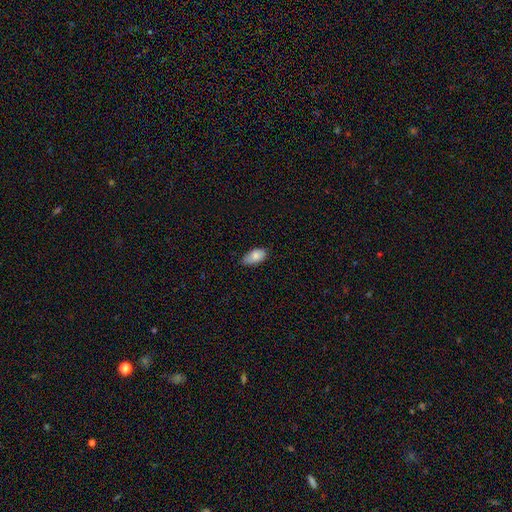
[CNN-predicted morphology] This appears to be a smooth galaxy with no disk features (81%) that is in between round and cigar-shaped (94%). Merging: none (68%).